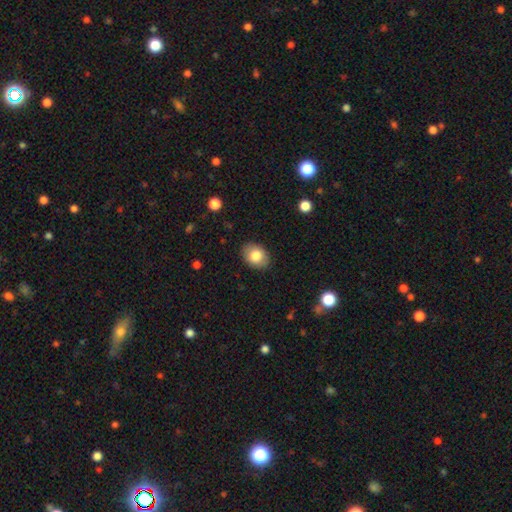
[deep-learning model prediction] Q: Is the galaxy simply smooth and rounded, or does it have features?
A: smooth — 81%.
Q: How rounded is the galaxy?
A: in between — 71%.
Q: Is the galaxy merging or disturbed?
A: none — 87%.